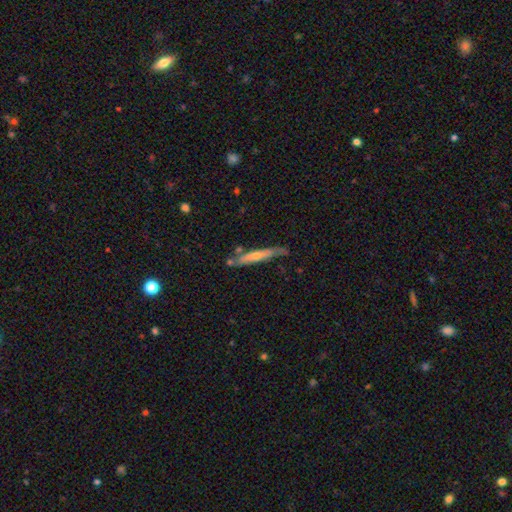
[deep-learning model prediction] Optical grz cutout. It shows a smooth galaxy with no disk features (50%) that is cigar-shaped (92%). Merging: none (67%).